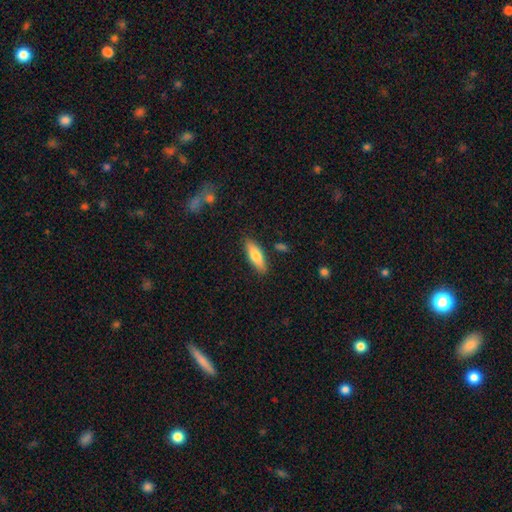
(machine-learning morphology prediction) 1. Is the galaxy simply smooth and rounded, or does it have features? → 75% smooth, 19% featured or disk, 6% star or artifact.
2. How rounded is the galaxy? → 55% in between, 43% cigar-shaped, 2% round.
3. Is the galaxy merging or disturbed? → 85% none, 10% minor disturbance, 2% merger, 2% major disturbance.